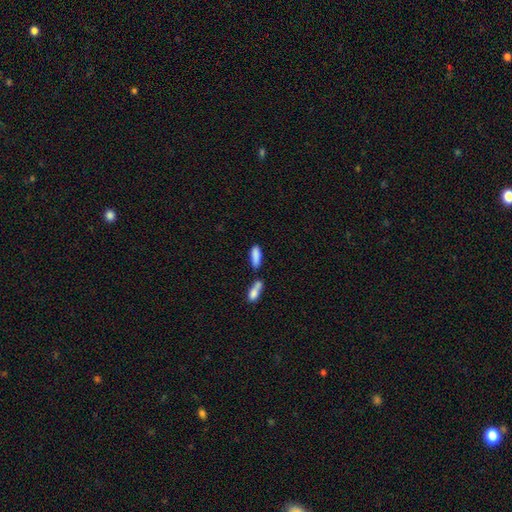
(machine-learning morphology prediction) Overall: smooth (84%). How rounded: in between (51%; cigar-shaped 47%). Merging: merger (42%; none 41%).